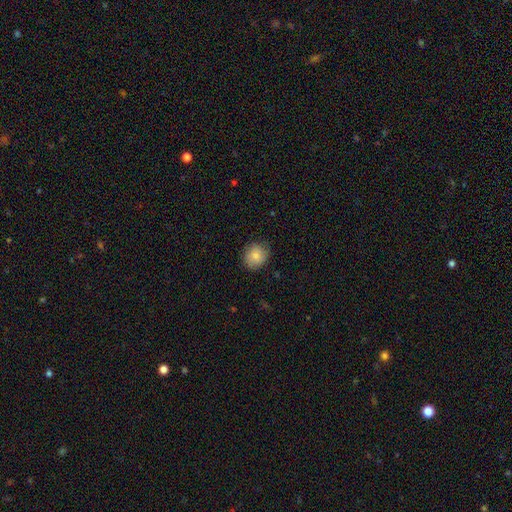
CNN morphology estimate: The model was most divided on "how rounded": round: 73%, in between: 26%, cigar-shaped: 1%. More confident: smooth or featured — smooth (81%); merging — none (80%).